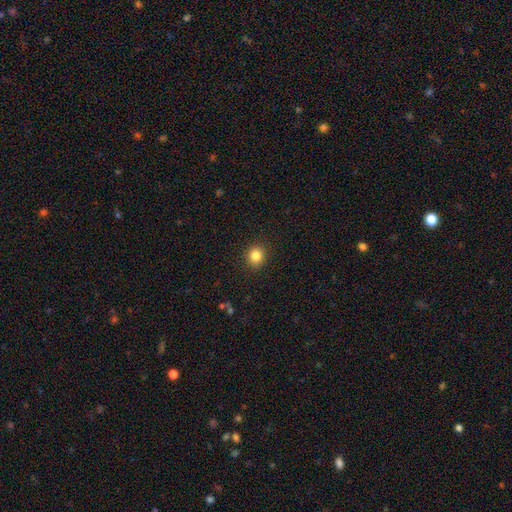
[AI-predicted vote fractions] The model was most divided on "smooth or featured": smooth: 84%, star or artifact: 11%, featured or disk: 5%. More confident: merging — none (91%); how rounded — round (87%).